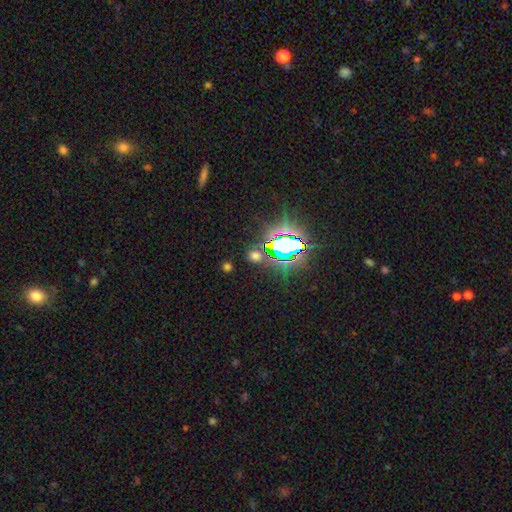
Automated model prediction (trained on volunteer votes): smooth-or-featured: star or artifact: 50% | smooth: 42% | featured or disk: 7%